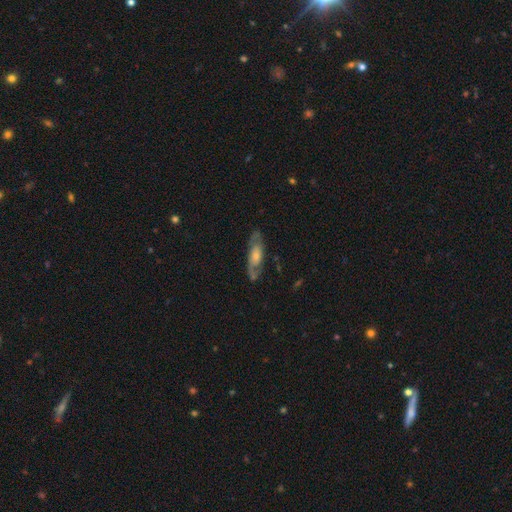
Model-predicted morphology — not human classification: smooth-or-featured: featured or disk: 71% | smooth: 23% | star or artifact: 6%
  disk-edge-on: no: 83% | yes: 17%
    bar: no: 68% | weak: 25% | strong: 7%
    has-spiral-arms: yes: 81% | no: 19%
    bulge-size: moderate: 44% | small: 41% | large: 10% | none: 4% | dominant: 2%
  merging: none: 75% | minor disturbance: 16% | major disturbance: 7% | merger: 2%